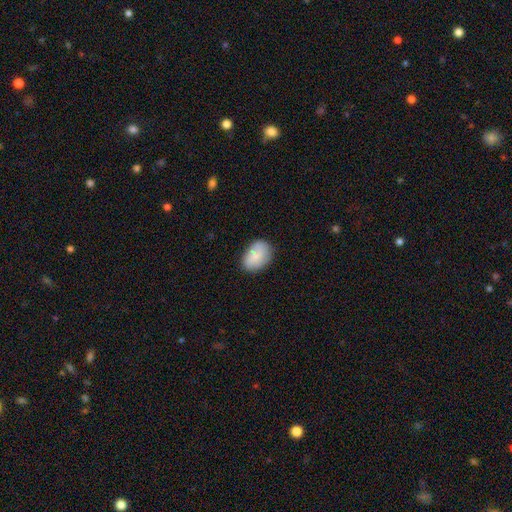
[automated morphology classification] This is clearly a smooth galaxy (80%). How rounded: clearly in between (82%). Merging: likely none (70%).